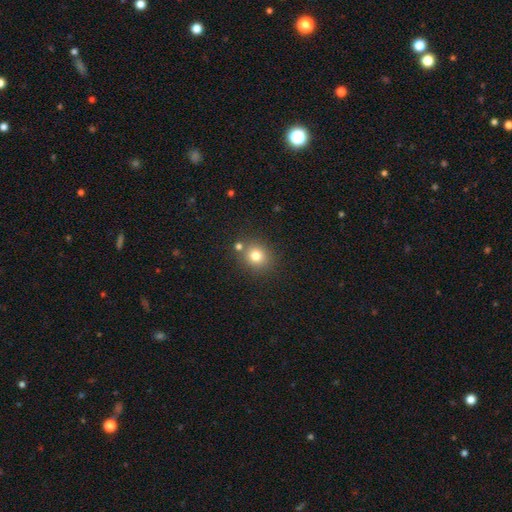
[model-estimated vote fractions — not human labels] A smooth galaxy with no disk features (79%) that is round (83%). Merging: none (77%).